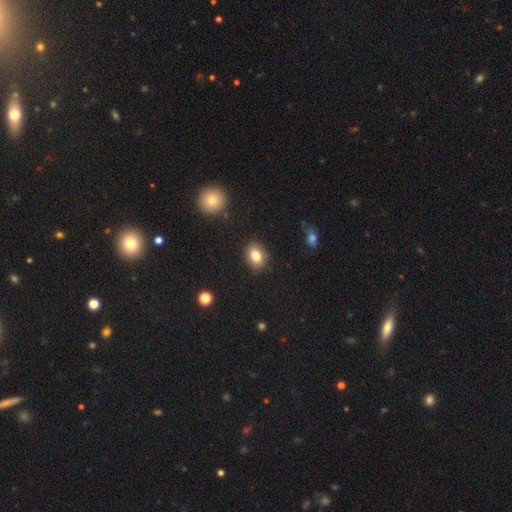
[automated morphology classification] Smooth or featured? smooth (81%)
How rounded? in between (68%)
Merging? none (88%)